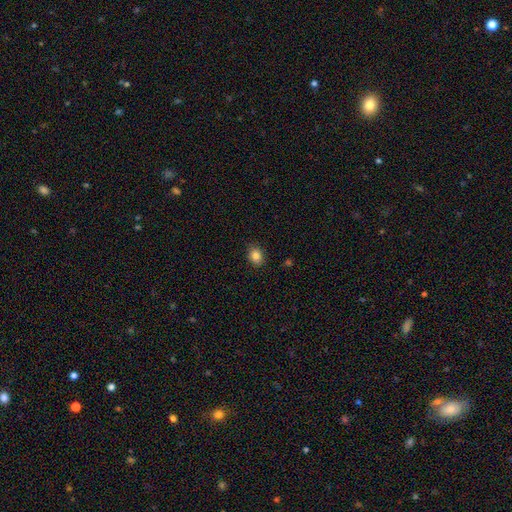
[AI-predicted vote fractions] smooth 84%, star or artifact 10%, featured or disk 6%. Down the decision tree: how rounded — round (52%); merging — none (87%).